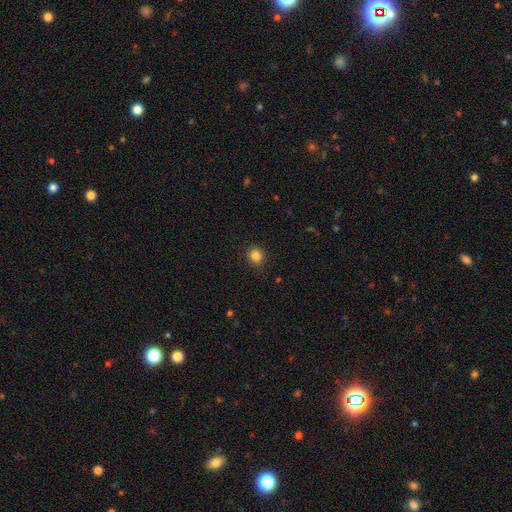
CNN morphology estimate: Overall: smooth (84%). How rounded: round (84%). Merging: none (89%).